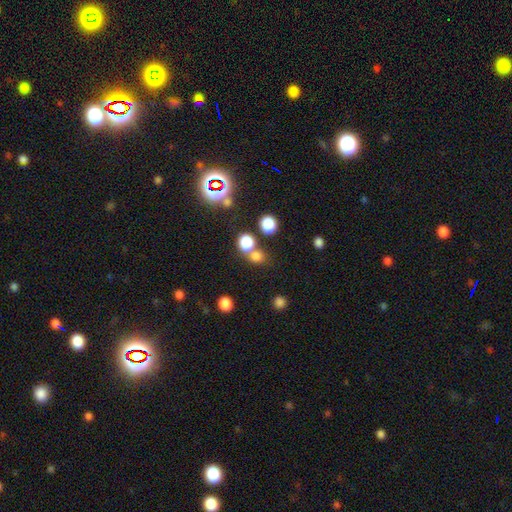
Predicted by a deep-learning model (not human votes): A smooth galaxy with no disk features (74%) that is round (80%).

Vote fractions:
- Smooth or featured? smooth: 74% / star or artifact: 19% / featured or disk: 7%
- How rounded? round: 80% / in between: 19% / cigar-shaped: 1%
- Merging? none: 54% / merger: 35% / minor disturbance: 7% / major disturbance: 4%